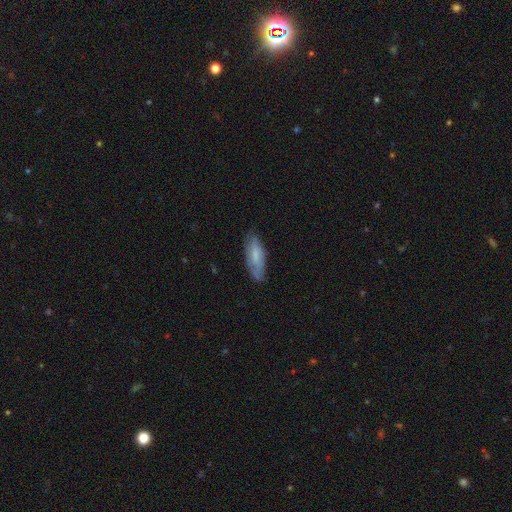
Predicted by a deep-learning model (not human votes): Q: Smooth or featured?
A: smooth (63%); runner-up: featured or disk (30%)
Q: How rounded?
A: in between (59%); runner-up: cigar-shaped (39%)
Q: Merging?
A: none (73%); runner-up: minor disturbance (21%)